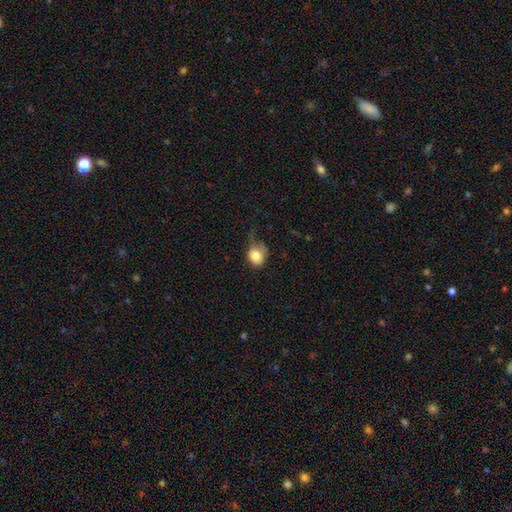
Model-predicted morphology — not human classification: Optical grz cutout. It shows a smooth galaxy with no disk features (79%) that is round (60%). Merging: minor disturbance (36%).